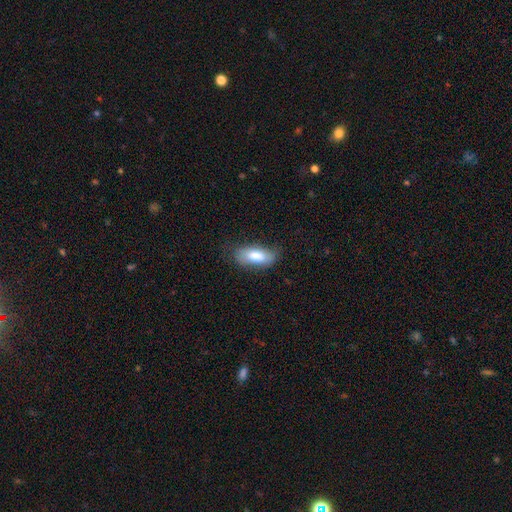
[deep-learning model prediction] smooth-or-featured: smooth: 78% | featured or disk: 15% | star or artifact: 6%
  how-rounded: in between: 82% | cigar-shaped: 16% | round: 2%
  merging: none: 69% | minor disturbance: 23% | major disturbance: 7% | merger: 1%